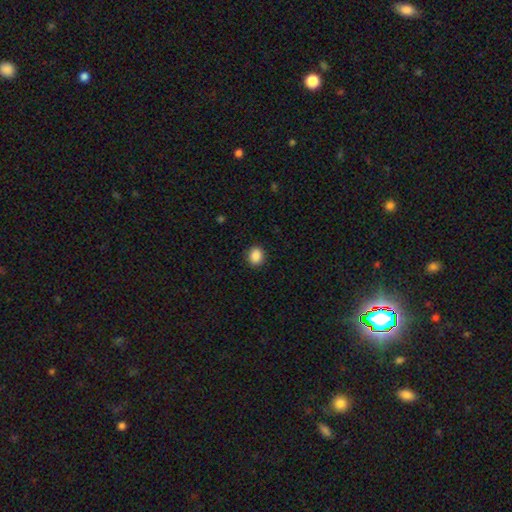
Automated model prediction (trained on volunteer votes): Smooth or featured: smooth — 88% (star or artifact — 9%)
How rounded: round — 68% (in between — 31%)
Merging: none — 90% (minor disturbance — 7%)